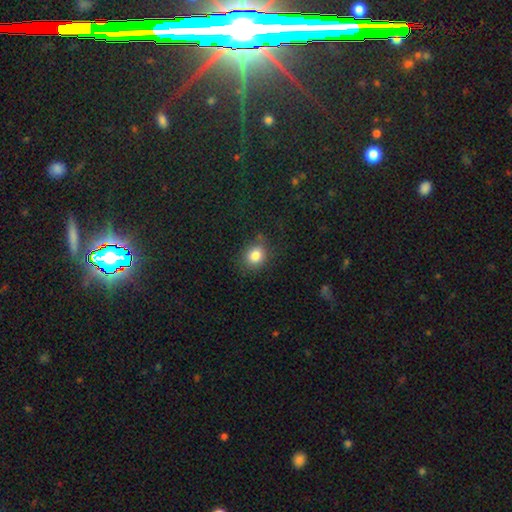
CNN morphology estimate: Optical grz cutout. It shows a smooth galaxy with no disk features (83%) that is round (65%). Merging: none (76%).